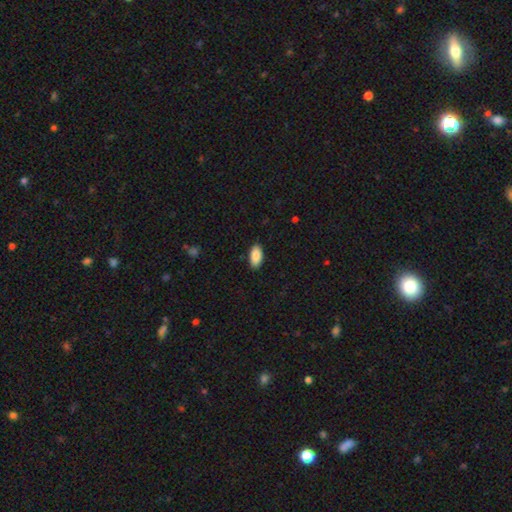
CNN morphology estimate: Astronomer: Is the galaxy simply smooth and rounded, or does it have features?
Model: smooth — 89%.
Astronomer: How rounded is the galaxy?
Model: in between — 94%.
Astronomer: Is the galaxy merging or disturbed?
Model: none — 88%.